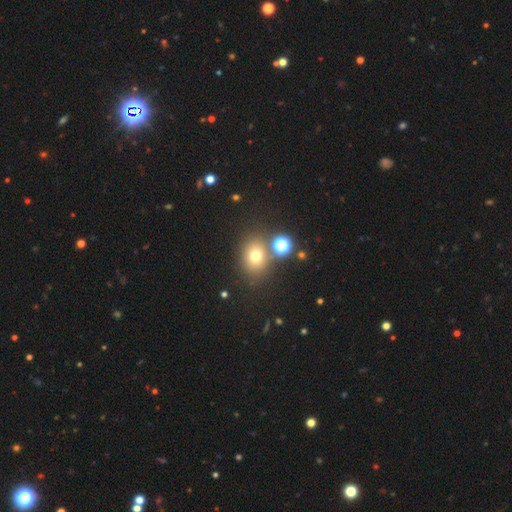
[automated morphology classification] Smooth or featured? smooth (69%)
How rounded? round (59%)
Merging? none (73%)